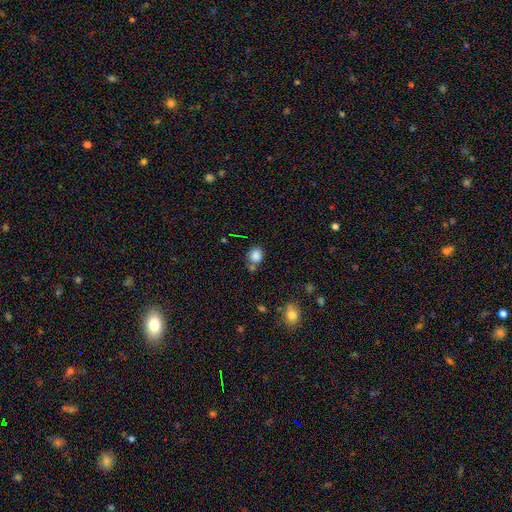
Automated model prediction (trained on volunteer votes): This is clearly a smooth galaxy (84%). How rounded: likely round (76%). Merging: likely none (61%).